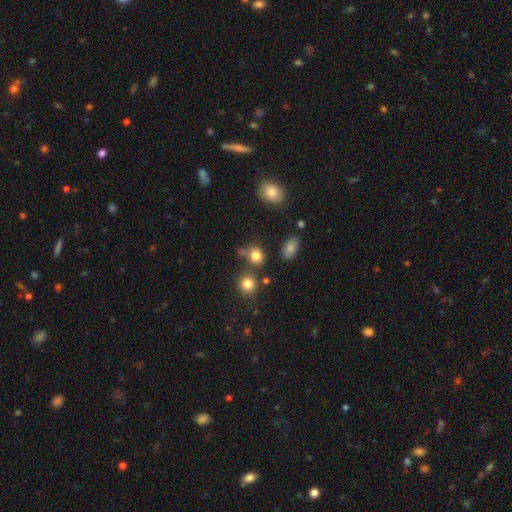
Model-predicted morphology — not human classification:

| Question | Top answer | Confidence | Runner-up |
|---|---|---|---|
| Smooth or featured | smooth | 81% | star or artifact (13%) |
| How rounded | round | 77% | in between (22%) |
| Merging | none | 67% | merger (16%) |